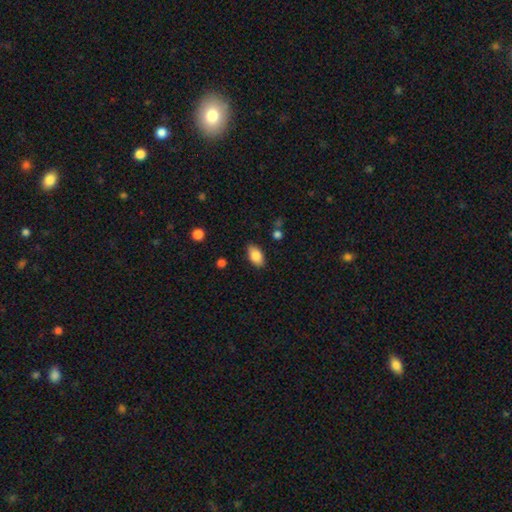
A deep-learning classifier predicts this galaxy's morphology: A smooth galaxy with no disk features (84%) that is in between round and cigar-shaped (93%).

Vote fractions:
- Smooth or featured? smooth: 84% / featured or disk: 8% / star or artifact: 7%
- How rounded? in between: 93% / round: 5% / cigar-shaped: 3%
- Merging? none: 86% / minor disturbance: 11% / major disturbance: 2% / merger: 1%